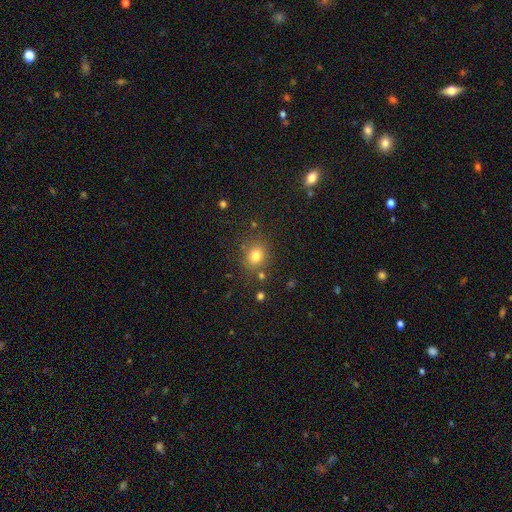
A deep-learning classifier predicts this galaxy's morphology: smooth 78%, star or artifact 15%, featured or disk 7%. Down the decision tree: how rounded — round (71%); merging — none (78%).